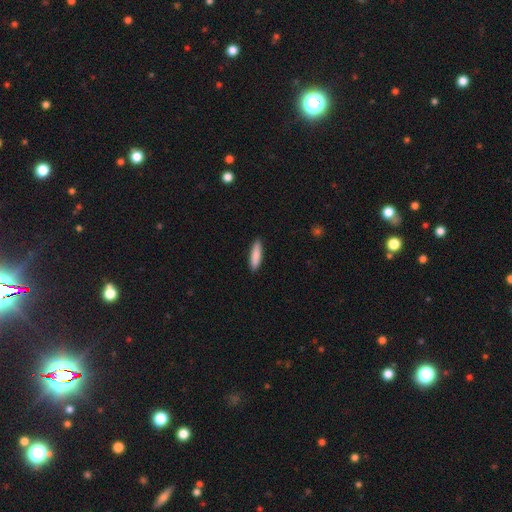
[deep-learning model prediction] smooth-or-featured: smooth: 87% | featured or disk: 7% | star or artifact: 6%
  how-rounded: cigar-shaped: 72% | in between: 26% | round: 1%
  merging: none: 89% | minor disturbance: 8% | major disturbance: 2% | merger: 1%